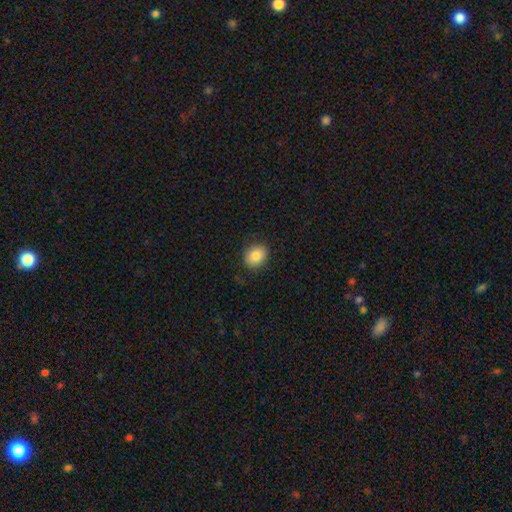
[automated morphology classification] Smooth or featured? Predicted: smooth (p=0.84). How rounded? Predicted: round (p=0.56). Merging? Predicted: none (p=0.87).